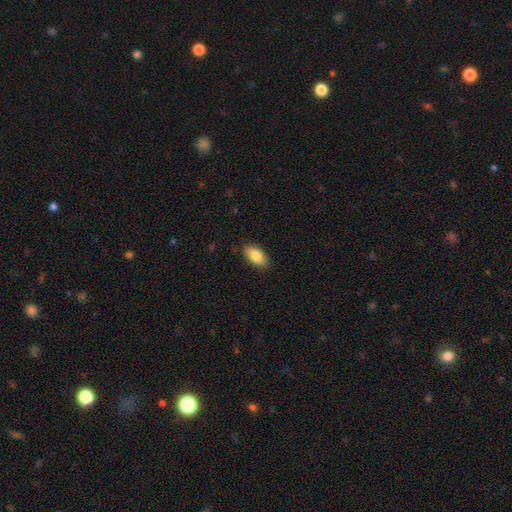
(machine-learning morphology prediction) smooth 85%, featured or disk 8%, star or artifact 7%. Down the decision tree: how rounded — in between (93%); merging — none (87%).